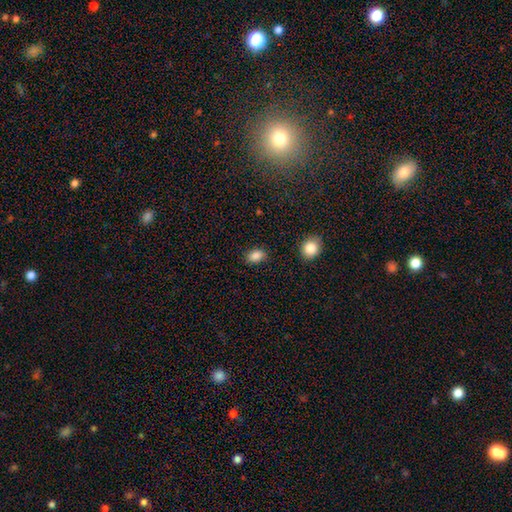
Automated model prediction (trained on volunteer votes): This appears to be a smooth galaxy with no disk features (86%) that is in between round and cigar-shaped (81%). Merging: none (82%).